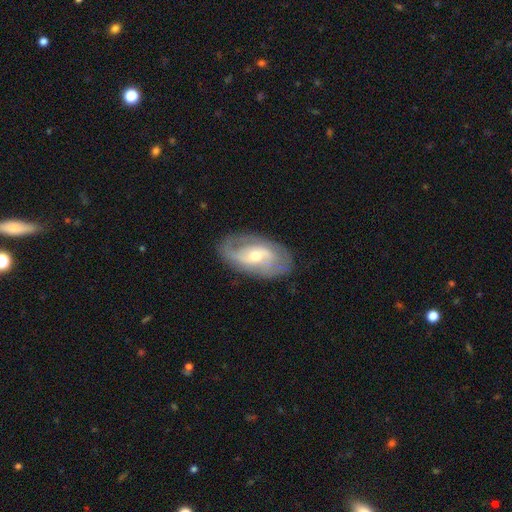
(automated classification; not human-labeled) Overall: featured or disk (77%). Edge-on disk: no (94%). Bar: weak (43%; no 40%). Spiral arms: yes (88%). Spiral arm count: 2 (55%; can't tell 24%). Spiral winding: medium (41%; tight 38%). Bulge size: moderate (57%; small 38%). Merging: none (76%).